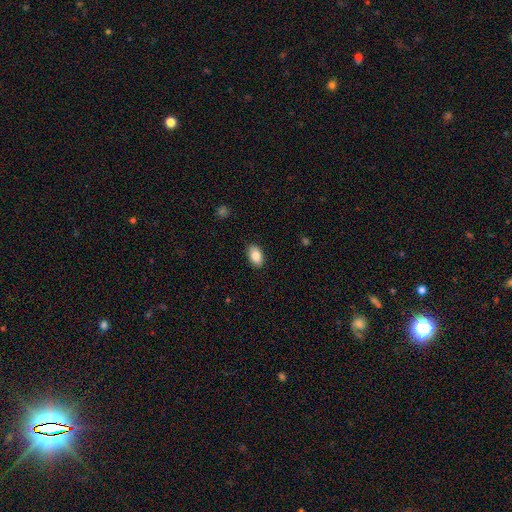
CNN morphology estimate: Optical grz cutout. It shows a smooth galaxy with no disk features (86%) that is in between round and cigar-shaped (91%). Merging: none (88%).